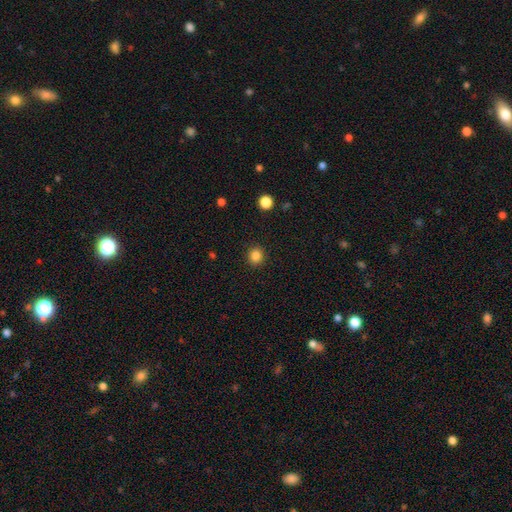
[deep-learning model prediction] A smooth galaxy with no disk features (85%) that is round (84%).

Vote fractions:
- Smooth or featured? smooth: 85% / star or artifact: 11% / featured or disk: 3%
- How rounded? round: 84% / in between: 15% / cigar-shaped: 1%
- Merging? none: 91% / minor disturbance: 6% / major disturbance: 2% / merger: 1%